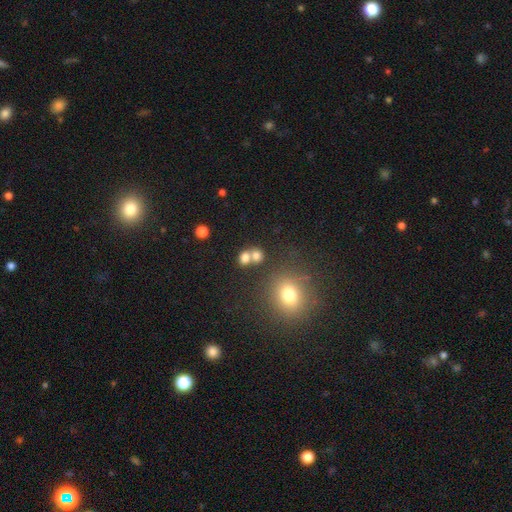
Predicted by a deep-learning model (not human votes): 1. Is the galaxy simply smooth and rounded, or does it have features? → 74% smooth, 15% star or artifact, 11% featured or disk.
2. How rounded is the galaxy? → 69% round, 30% in between, 1% cigar-shaped.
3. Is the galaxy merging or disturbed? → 46% merger, 43% none, 7% minor disturbance, 4% major disturbance.